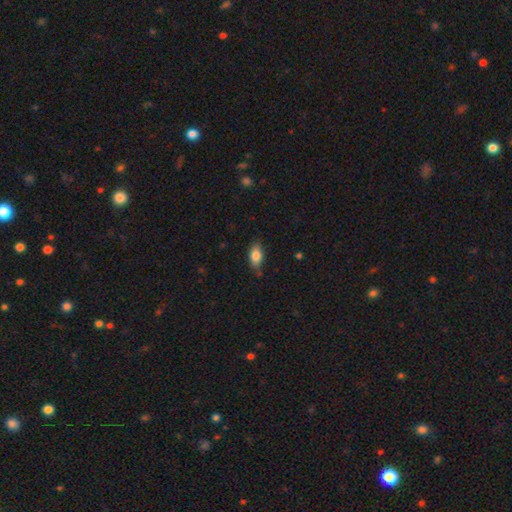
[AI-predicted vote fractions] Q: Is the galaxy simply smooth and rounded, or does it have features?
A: smooth — 82%.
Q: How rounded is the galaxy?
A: in between — 88%.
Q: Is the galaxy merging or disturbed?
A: none — 75%.